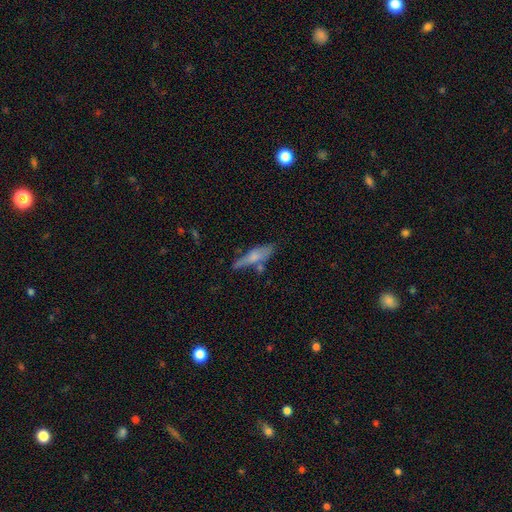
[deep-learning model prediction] Smooth or featured?
  - smooth: 62% *
  - featured or disk: 31%
  - star or artifact: 7%
How rounded?
  - cigar-shaped: 69% *
  - in between: 29%
  - round: 3%
Merging?
  - none: 57% *
  - minor disturbance: 22%
  - merger: 15%
  - major disturbance: 7%